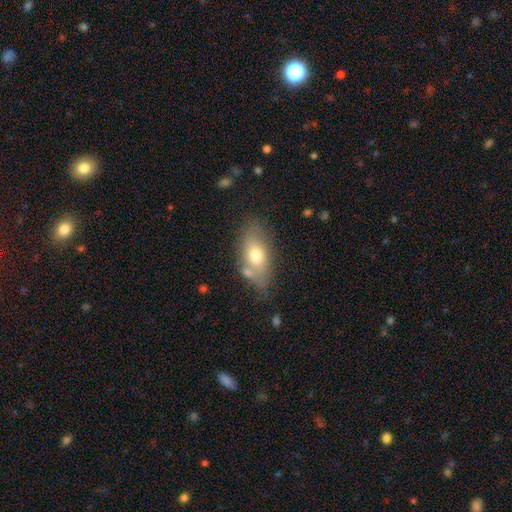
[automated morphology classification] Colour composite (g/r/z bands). It shows a smooth galaxy with no disk features (69%) that is in between round and cigar-shaped (85%). Merging: none (64%).